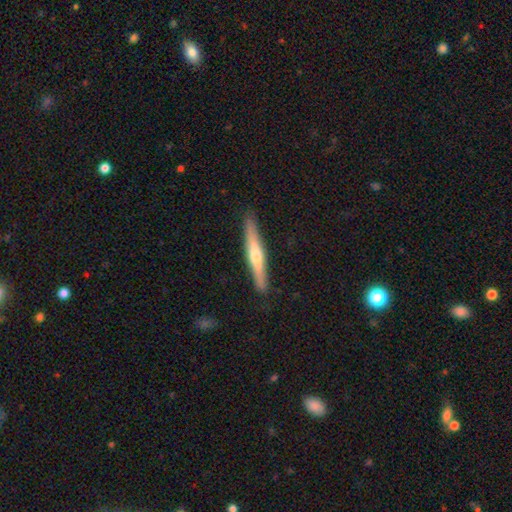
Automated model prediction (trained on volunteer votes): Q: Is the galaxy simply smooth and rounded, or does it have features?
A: featured or disk — 60%.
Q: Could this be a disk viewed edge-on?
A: yes — 96%.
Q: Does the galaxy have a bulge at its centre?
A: rounded — 82%.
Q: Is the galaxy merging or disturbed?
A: none — 90%.